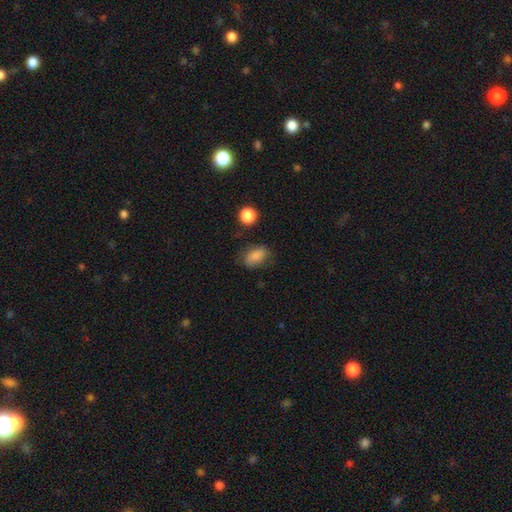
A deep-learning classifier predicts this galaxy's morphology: smooth-or-featured: smooth: 81% | featured or disk: 10% | star or artifact: 9%
  how-rounded: in between: 87% | round: 11% | cigar-shaped: 2%
  merging: none: 68% | minor disturbance: 23% | major disturbance: 7% | merger: 2%